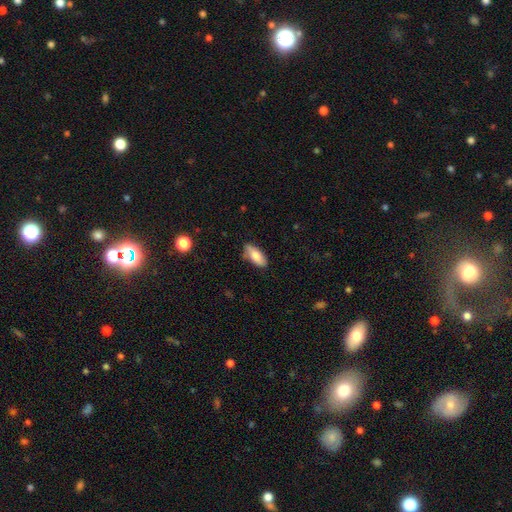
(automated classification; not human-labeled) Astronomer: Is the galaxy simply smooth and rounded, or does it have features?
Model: smooth — 77%.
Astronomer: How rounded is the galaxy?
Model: in between — 83%.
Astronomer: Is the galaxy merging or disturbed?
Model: none — 75%.